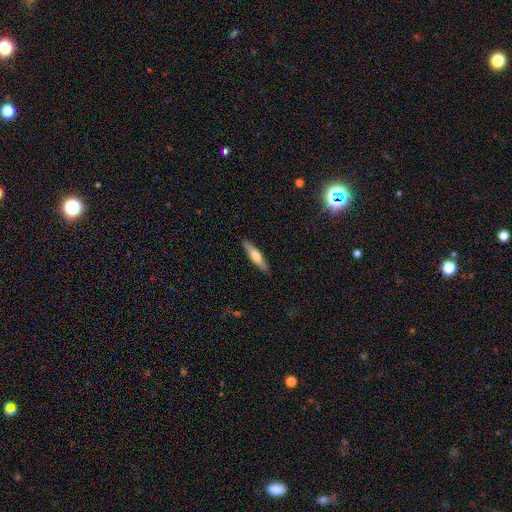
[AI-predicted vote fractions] Smooth or featured? Predicted: smooth (p=0.55). How rounded? Predicted: cigar-shaped (p=0.84). Merging? Predicted: none (p=0.89).